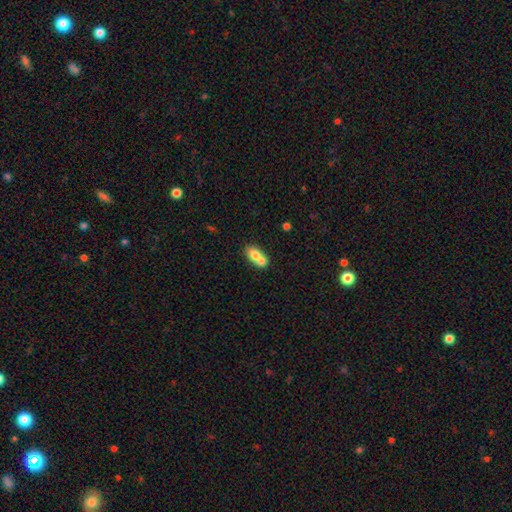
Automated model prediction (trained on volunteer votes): A smooth galaxy with no disk features (69%) that is in between round and cigar-shaped (74%).

Vote fractions:
- Smooth or featured? smooth: 69% / featured or disk: 23% / star or artifact: 8%
- How rounded? in between: 74% / round: 21% / cigar-shaped: 5%
- Merging? merger: 65% / none: 25% / minor disturbance: 7% / major disturbance: 3%